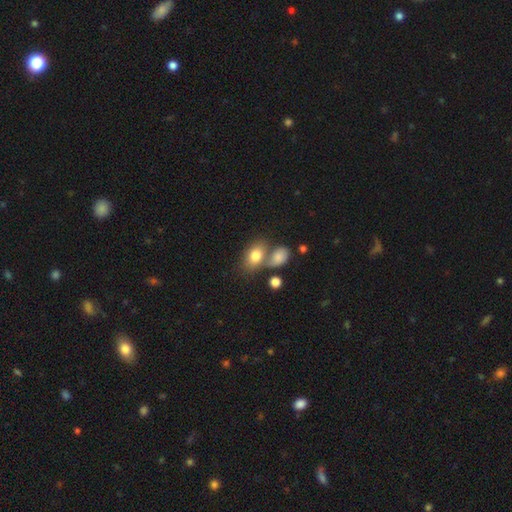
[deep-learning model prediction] Smooth or featured? smooth (78%)
How rounded? in between (81%)
Merging? none (42%)